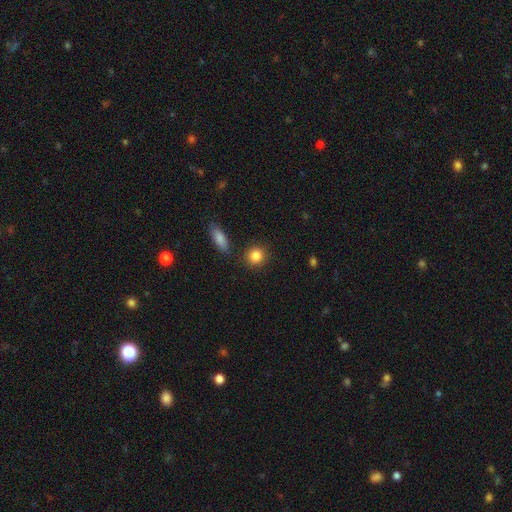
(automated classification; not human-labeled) The model was most divided on "how rounded": round: 83%, in between: 15%, cigar-shaped: 2%. More confident: smooth or featured — smooth (86%); merging — none (85%).